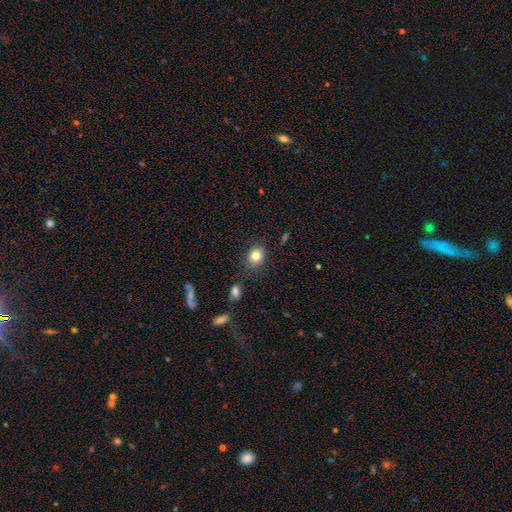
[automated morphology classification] Smooth or featured? smooth (81%)
How rounded? round (56%)
Merging? none (81%)